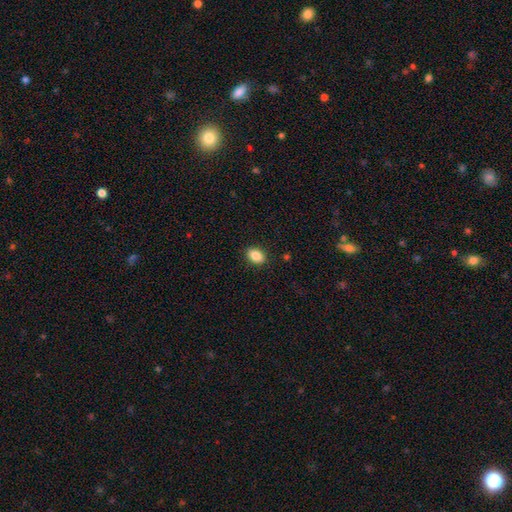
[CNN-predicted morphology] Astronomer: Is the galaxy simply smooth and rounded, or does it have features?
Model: smooth — 87%.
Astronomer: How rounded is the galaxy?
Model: in between — 77%.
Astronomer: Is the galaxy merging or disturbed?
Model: none — 89%.